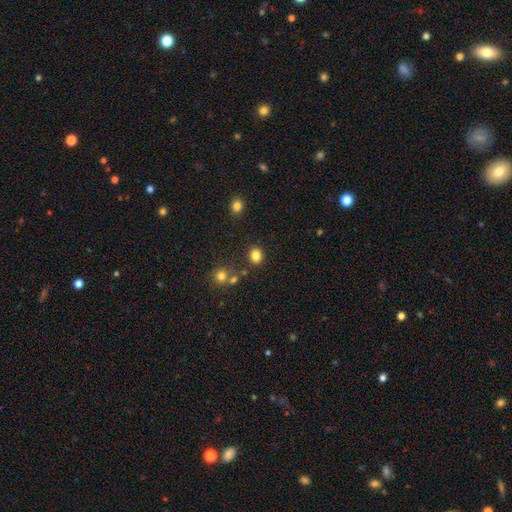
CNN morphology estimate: Smooth or featured? Predicted: smooth (p=0.83). How rounded? Predicted: round (p=0.63). Merging? Predicted: none (p=0.83).